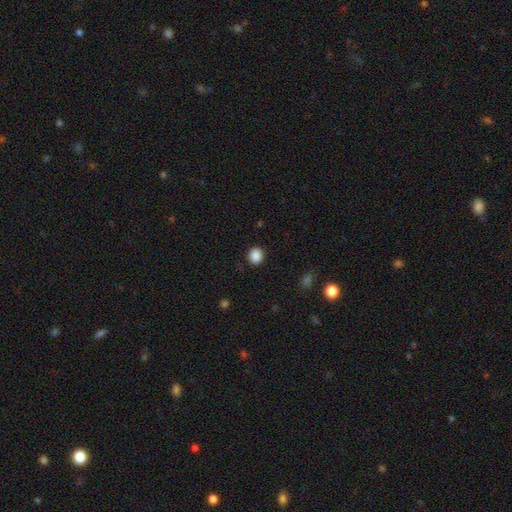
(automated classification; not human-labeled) This appears to be a smooth galaxy with no disk features (88%) that is round (75%). Merging: none (90%).